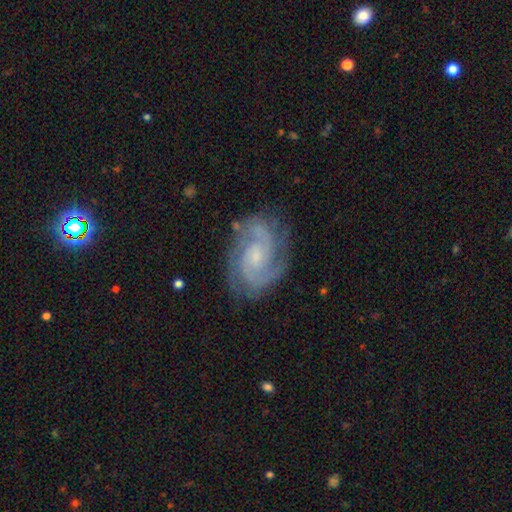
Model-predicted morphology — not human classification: This appears to be a featured or disk galaxy (89%) with no bar (56%), 2 (75%) tight (49%) spiral arms (98%) and a small central bulge (61%). Merging: none (78%).